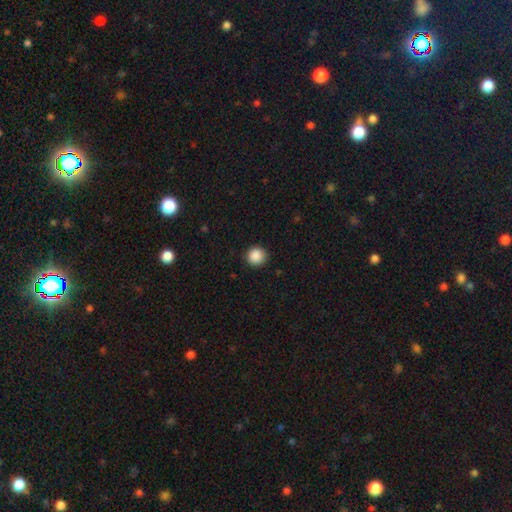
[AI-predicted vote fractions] smooth 89%, star or artifact 9%, featured or disk 2%. Down the decision tree: how rounded — round (94%); merging — none (91%).